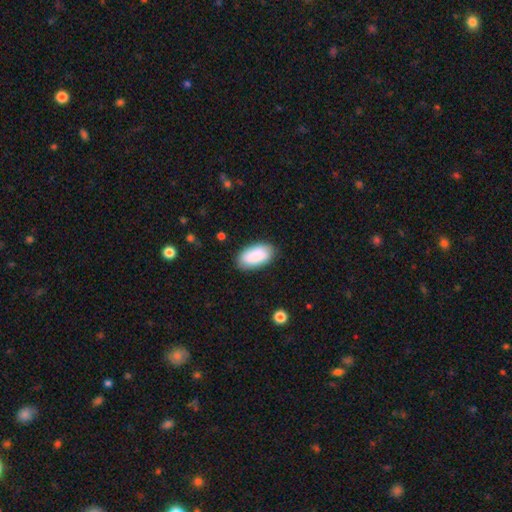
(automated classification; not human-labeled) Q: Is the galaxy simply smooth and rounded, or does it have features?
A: smooth — 88%.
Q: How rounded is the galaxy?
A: in between — 95%.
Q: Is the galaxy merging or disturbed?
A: none — 83%.